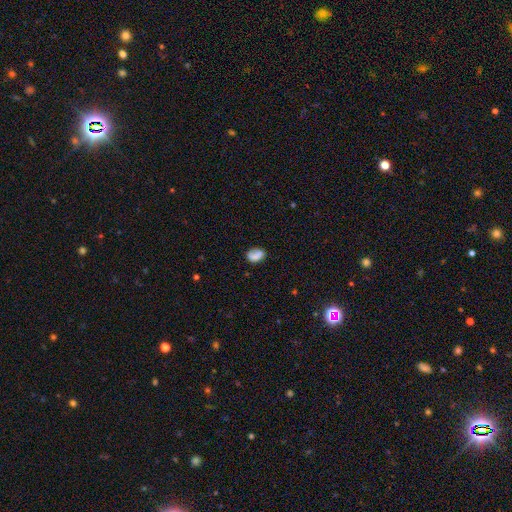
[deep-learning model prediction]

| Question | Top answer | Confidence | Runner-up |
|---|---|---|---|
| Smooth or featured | smooth | 73% | featured or disk (17%) |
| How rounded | in between | 73% | round (26%) |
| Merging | none | 59% | minor disturbance (24%) |